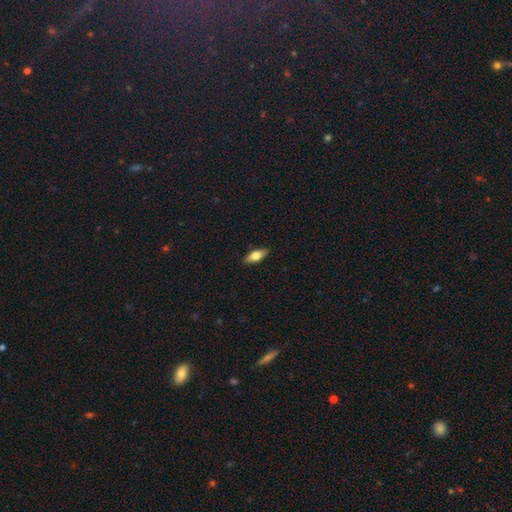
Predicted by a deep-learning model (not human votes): Smooth or featured? smooth (66%)
How rounded? in between (75%)
Merging? none (89%)